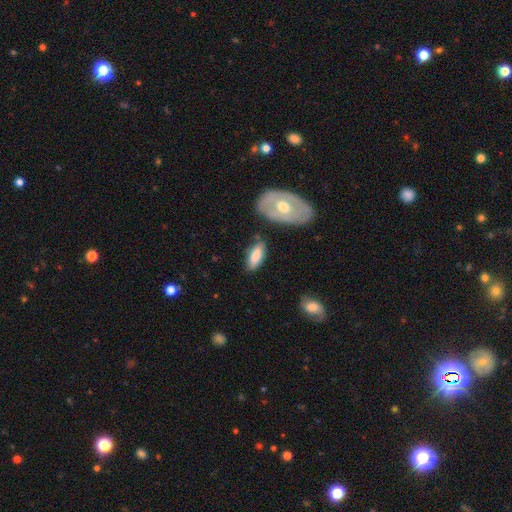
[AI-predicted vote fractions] A smooth galaxy with no disk features (77%) that is in between round and cigar-shaped (79%).

Vote fractions:
- Smooth or featured? smooth: 77% / featured or disk: 17% / star or artifact: 6%
- How rounded? in between: 79% / cigar-shaped: 19% / round: 2%
- Merging? none: 74% / minor disturbance: 16% / merger: 5% / major disturbance: 4%